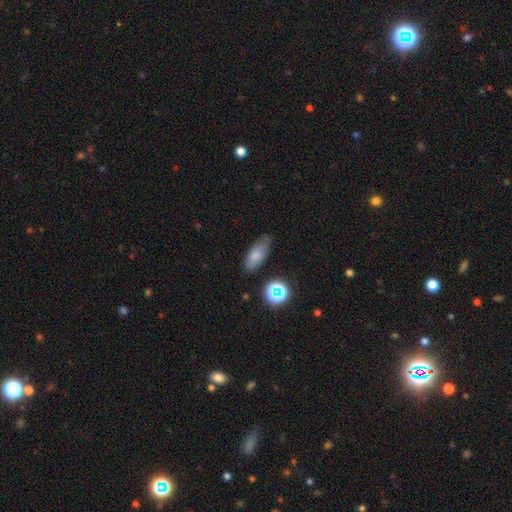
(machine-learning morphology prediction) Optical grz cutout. It shows a smooth galaxy with no disk features (75%) that is in between round and cigar-shaped (79%). Merging: none (69%).